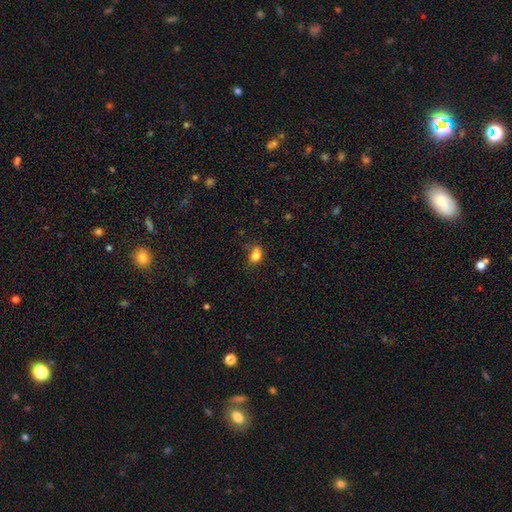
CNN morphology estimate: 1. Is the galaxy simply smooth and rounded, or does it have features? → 80% smooth, 11% star or artifact, 9% featured or disk.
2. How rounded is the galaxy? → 68% in between, 31% round, 2% cigar-shaped.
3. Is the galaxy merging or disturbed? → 51% none, 29% minor disturbance, 10% major disturbance, 10% merger.